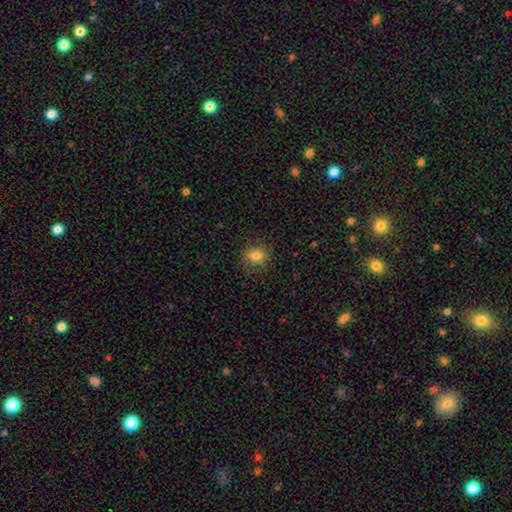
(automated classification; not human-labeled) This is likely a smooth galaxy (78%). How rounded: likely round (60%). Merging: clearly none (84%).